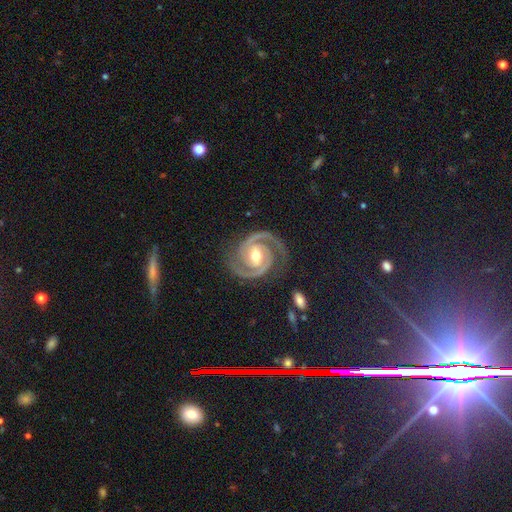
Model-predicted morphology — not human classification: Overall: featured or disk (94%). Edge-on disk: no (98%). Bar: no (38%; weak 37%). Spiral arms: yes (99%). Spiral arm count: 2 (93%). Spiral winding: tight (58%; medium 38%). Bulge size: moderate (79%). Merging: none (84%).